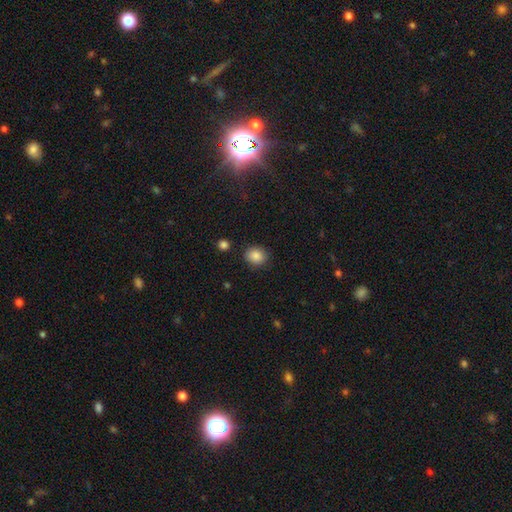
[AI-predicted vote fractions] Q: Smooth or featured?
A: smooth (86%); runner-up: star or artifact (9%)
Q: How rounded?
A: round (65%); runner-up: in between (34%)
Q: Merging?
A: none (85%); runner-up: minor disturbance (10%)